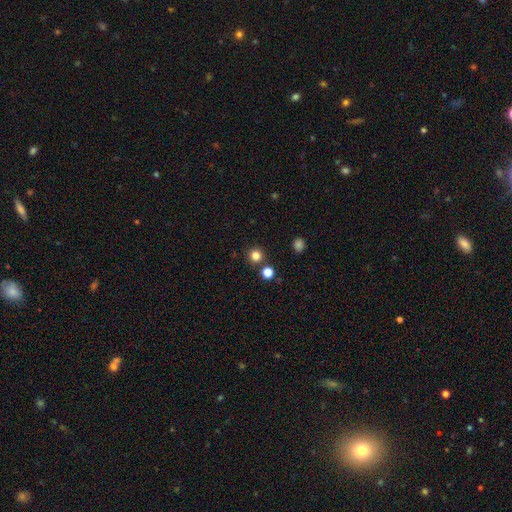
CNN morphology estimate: This appears to be a smooth galaxy with no disk features (81%) that is round (95%). Merging: none (87%).